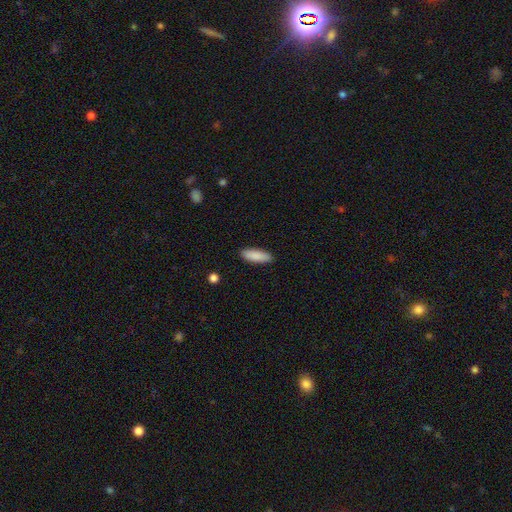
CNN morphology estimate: Smooth or featured?
  - smooth: 88% *
  - star or artifact: 6%
  - featured or disk: 6%
How rounded?
  - in between: 59% *
  - cigar-shaped: 39%
  - round: 2%
Merging?
  - none: 89% *
  - minor disturbance: 8%
  - major disturbance: 2%
  - merger: 1%